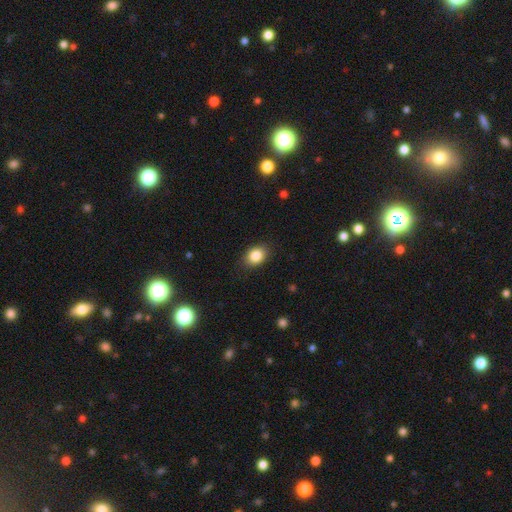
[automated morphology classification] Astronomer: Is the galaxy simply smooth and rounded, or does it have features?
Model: smooth — 85%.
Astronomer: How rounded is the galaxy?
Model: in between — 64%.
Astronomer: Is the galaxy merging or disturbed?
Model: none — 86%.